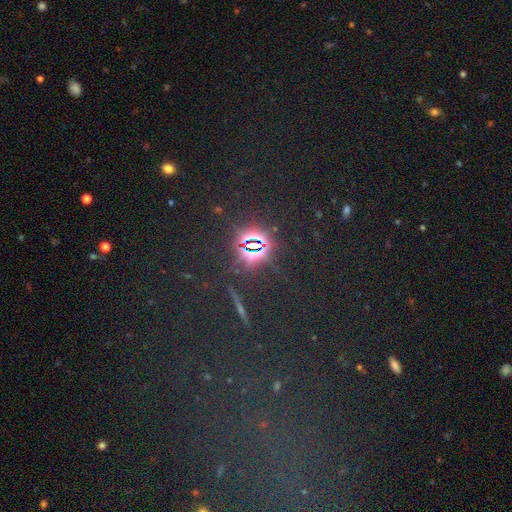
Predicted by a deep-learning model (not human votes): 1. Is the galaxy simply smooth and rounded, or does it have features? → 76% star or artifact, 14% smooth, 10% featured or disk.